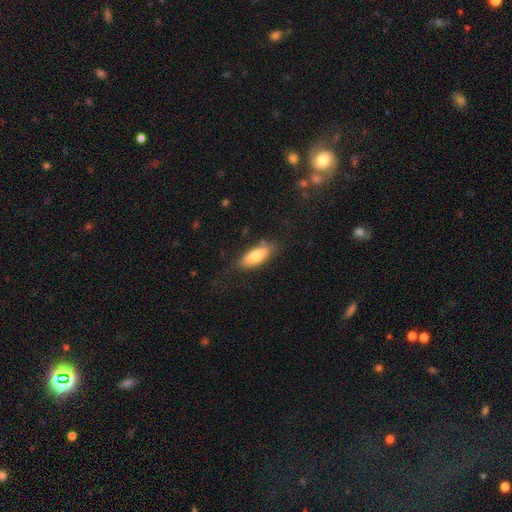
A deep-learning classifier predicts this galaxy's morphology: A smooth galaxy with no disk features (76%) that is in between round and cigar-shaped (71%). Merging: none (75%).